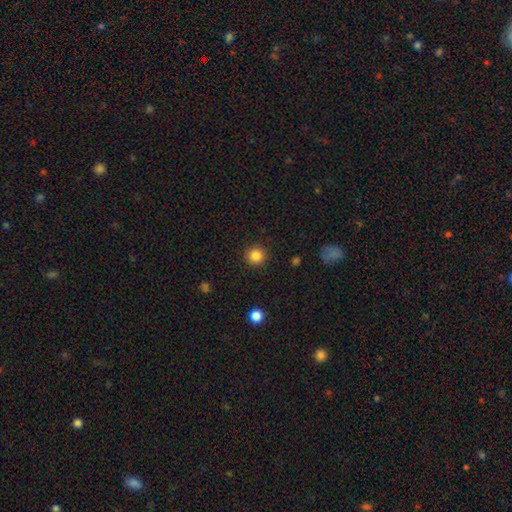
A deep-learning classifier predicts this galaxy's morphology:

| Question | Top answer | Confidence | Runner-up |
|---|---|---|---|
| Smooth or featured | smooth | 85% | star or artifact (11%) |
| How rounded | round | 94% | in between (5%) |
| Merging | none | 91% | minor disturbance (6%) |